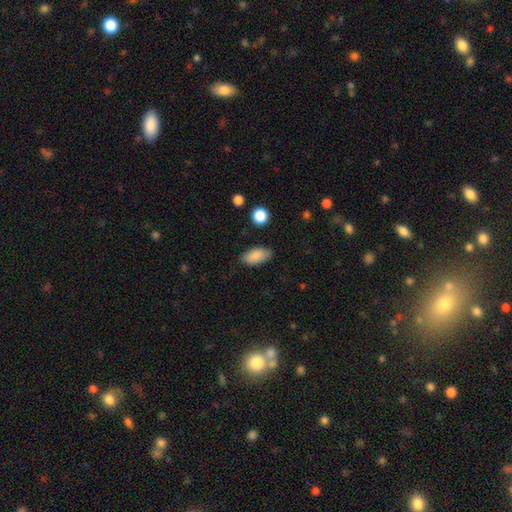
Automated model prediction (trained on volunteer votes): smooth_or_featured: smooth (p=0.86) [alt: star or artifact p=0.07]
how_rounded: in between (p=0.92) [alt: cigar-shaped p=0.04]
merging: none (p=0.82) [alt: minor disturbance p=0.13]